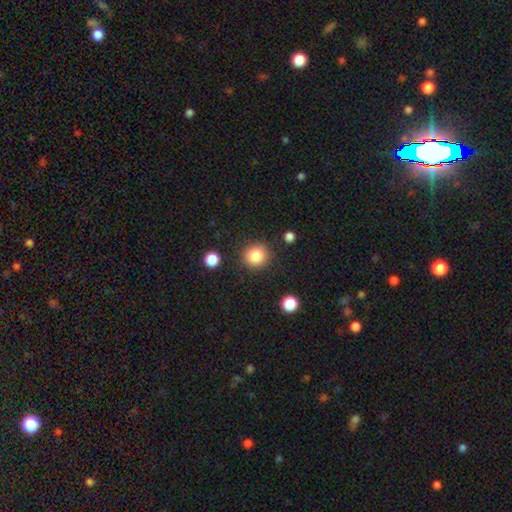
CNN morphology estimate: A smooth galaxy with no disk features (84%) that is round (91%). Merging: none (87%).